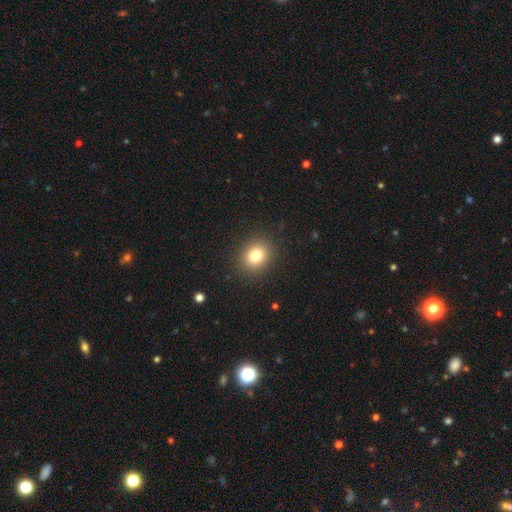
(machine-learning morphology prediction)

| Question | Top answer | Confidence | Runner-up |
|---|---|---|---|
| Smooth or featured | smooth | 80% | star or artifact (12%) |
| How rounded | round | 71% | in between (28%) |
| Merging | none | 90% | minor disturbance (7%) |